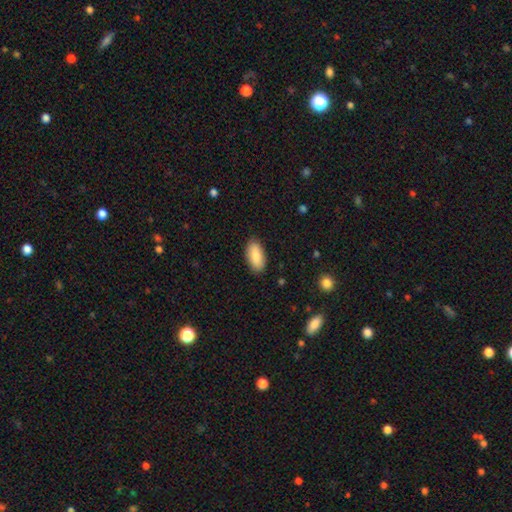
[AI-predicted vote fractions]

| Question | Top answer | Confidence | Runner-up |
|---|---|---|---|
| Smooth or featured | smooth | 85% | featured or disk (9%) |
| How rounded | in between | 90% | cigar-shaped (7%) |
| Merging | none | 86% | minor disturbance (11%) |